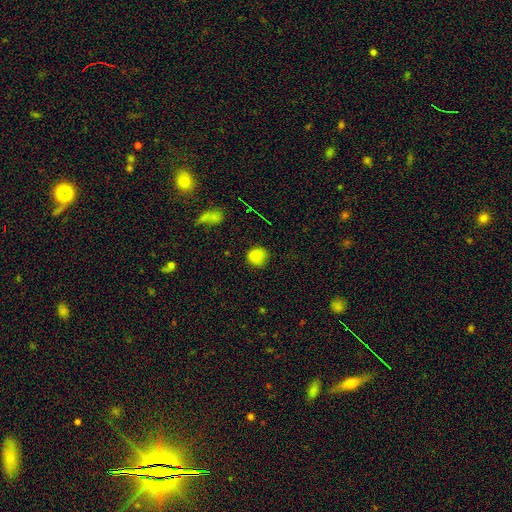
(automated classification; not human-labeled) A smooth galaxy with no disk features (83%) that is round (86%). Merging: none (82%).